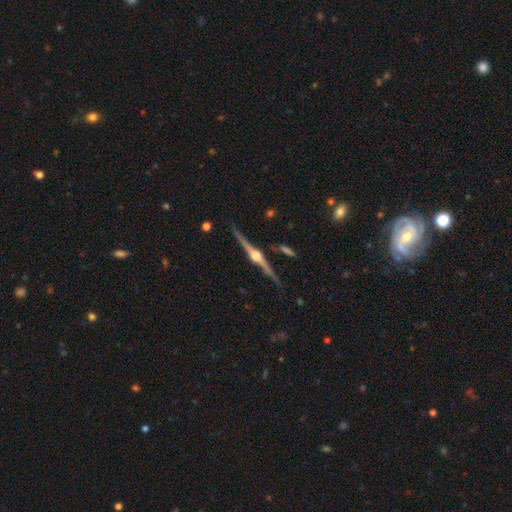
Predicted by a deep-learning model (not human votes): This appears to be a featured or disk galaxy (89%) viewed edge-on (98%) with a rounded central bulge (96%). Merging: none (86%).